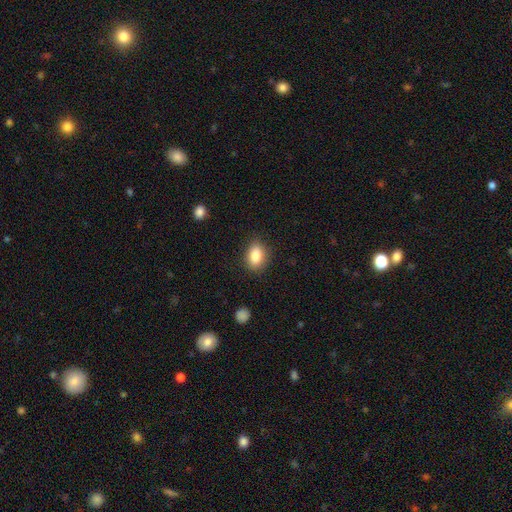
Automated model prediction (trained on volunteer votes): Smooth or featured? smooth (85%)
How rounded? in between (81%)
Merging? none (84%)